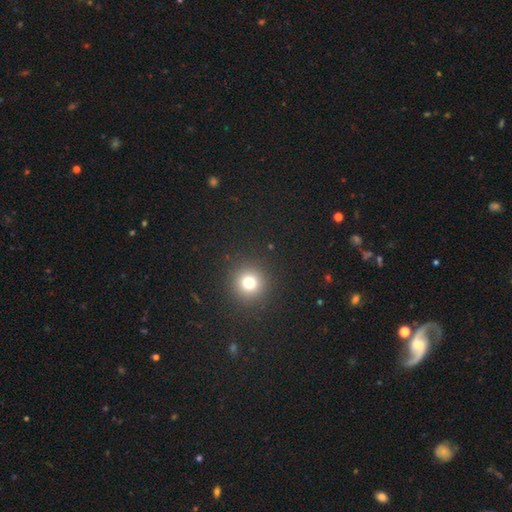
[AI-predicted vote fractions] Smooth or featured? Predicted: smooth (p=0.60). How rounded? Predicted: round (p=0.93). Merging? Predicted: none (p=0.92).